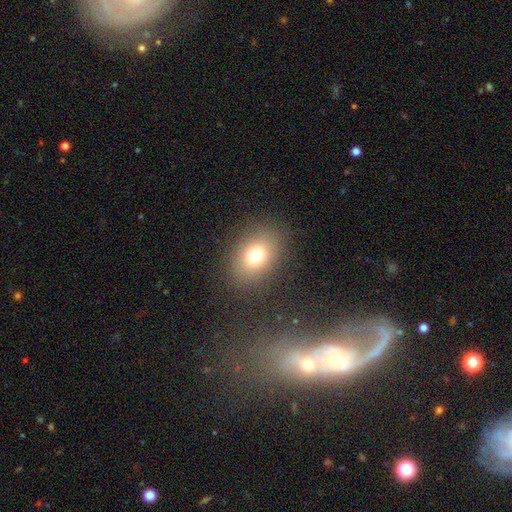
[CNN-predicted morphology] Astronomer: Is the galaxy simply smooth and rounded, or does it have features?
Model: smooth — 74%.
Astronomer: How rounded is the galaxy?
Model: in between — 65%.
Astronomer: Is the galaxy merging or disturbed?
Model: none — 84%.